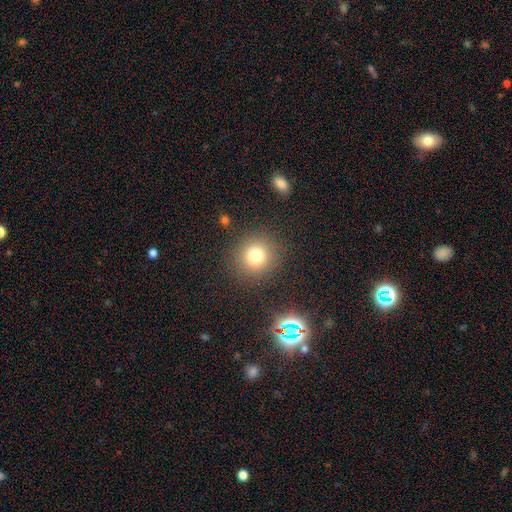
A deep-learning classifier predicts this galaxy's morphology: Smooth or featured? Predicted: smooth (p=0.77). How rounded? Predicted: round (p=0.90). Merging? Predicted: none (p=0.87).